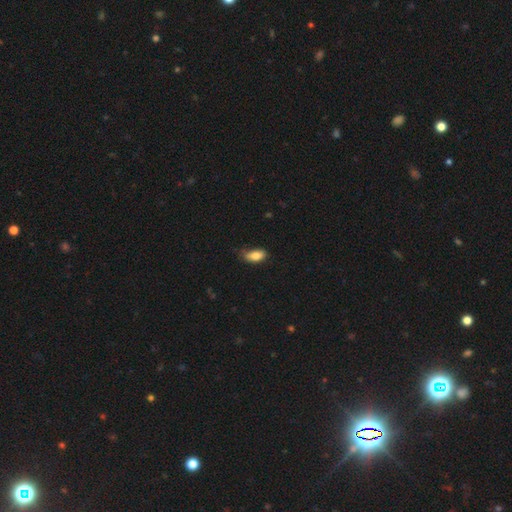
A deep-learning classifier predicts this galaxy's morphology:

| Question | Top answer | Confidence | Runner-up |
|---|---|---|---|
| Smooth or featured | smooth | 83% | featured or disk (10%) |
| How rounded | in between | 90% | cigar-shaped (6%) |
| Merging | none | 53% | minor disturbance (37%) |